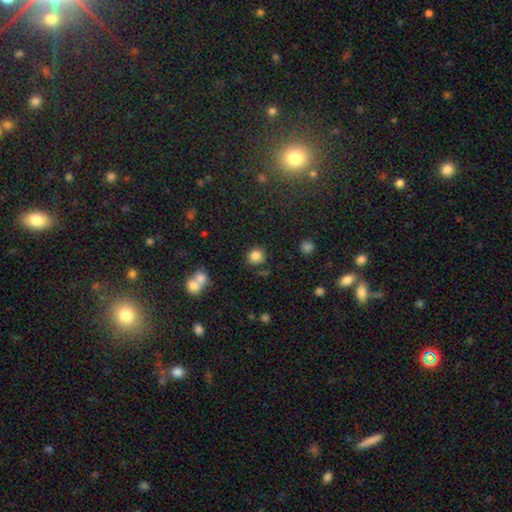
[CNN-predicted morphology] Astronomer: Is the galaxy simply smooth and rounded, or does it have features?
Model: smooth — 83%.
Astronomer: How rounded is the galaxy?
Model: round — 87%.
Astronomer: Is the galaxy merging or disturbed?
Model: none — 81%.